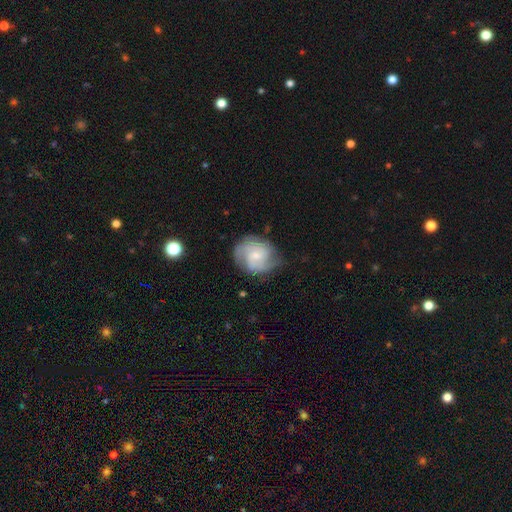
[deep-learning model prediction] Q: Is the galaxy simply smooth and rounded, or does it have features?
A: featured or disk — 73%.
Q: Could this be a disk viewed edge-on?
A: no — 98%.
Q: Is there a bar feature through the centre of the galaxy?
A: no — 55%.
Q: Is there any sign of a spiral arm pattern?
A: yes — 94%.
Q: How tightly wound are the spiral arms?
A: medium — 44%.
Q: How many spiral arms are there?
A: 2 — 50%.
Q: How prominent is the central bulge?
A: small — 56%.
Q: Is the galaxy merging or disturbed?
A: none — 68%.